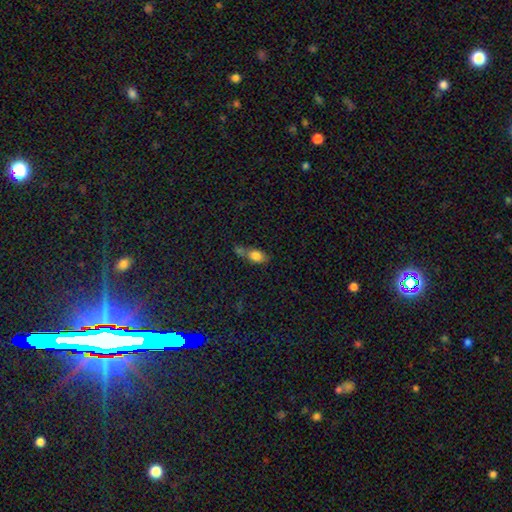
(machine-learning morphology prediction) smooth-or-featured: smooth: 78% | featured or disk: 12% | star or artifact: 10%
  how-rounded: in between: 76% | round: 17% | cigar-shaped: 7%
  merging: merger: 37% | none: 36% | minor disturbance: 19% | major disturbance: 8%